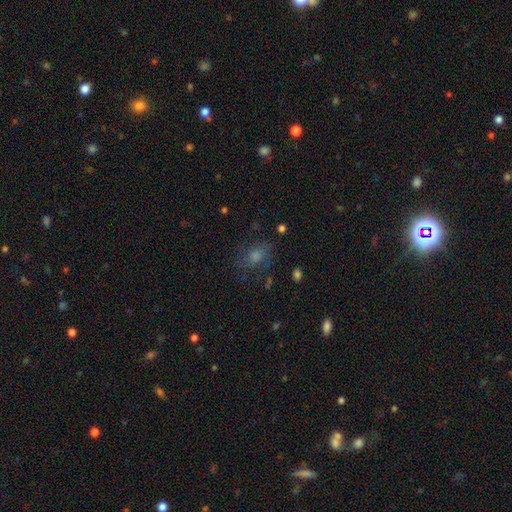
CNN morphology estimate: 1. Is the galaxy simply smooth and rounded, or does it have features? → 43% smooth, 30% star or artifact, 27% featured or disk.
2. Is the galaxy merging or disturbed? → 68% none, 17% minor disturbance, 12% major disturbance, 2% merger.